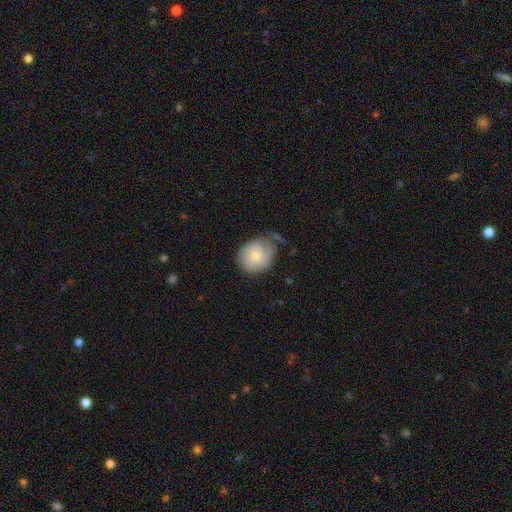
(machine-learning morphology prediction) A smooth galaxy with no disk features (58%) that is round (70%).

Vote fractions:
- Smooth or featured? smooth: 58% / featured or disk: 35% / star or artifact: 7%
- How rounded? round: 70% / in between: 29% / cigar-shaped: 1%
- Merging? none: 51% / minor disturbance: 31% / major disturbance: 13% / merger: 5%